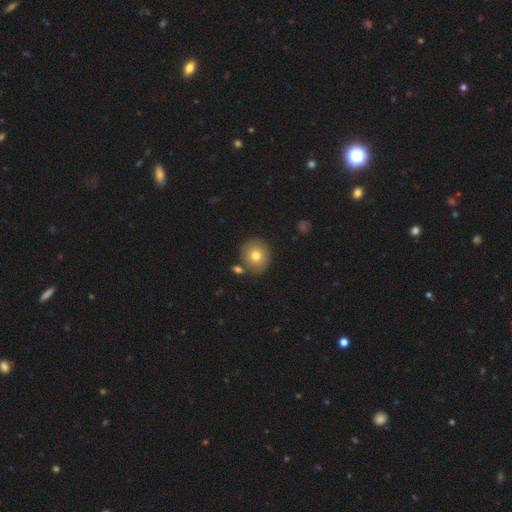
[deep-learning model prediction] A smooth galaxy with no disk features (76%) that is round (85%).

Vote fractions:
- Smooth or featured? smooth: 76% / featured or disk: 14% / star or artifact: 10%
- How rounded? round: 85% / in between: 14% / cigar-shaped: 1%
- Merging? none: 79% / minor disturbance: 10% / merger: 9% / major disturbance: 3%